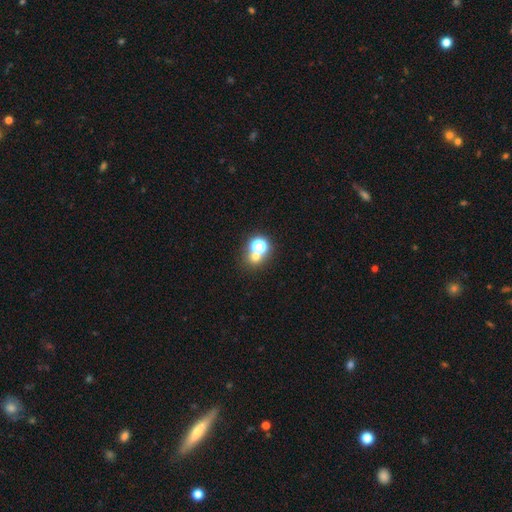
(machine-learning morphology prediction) smooth_or_featured: smooth (p=0.56) [alt: star or artifact p=0.33]
how_rounded: round (p=0.81) [alt: in between p=0.18]
merging: none (p=0.56) [alt: merger p=0.33]